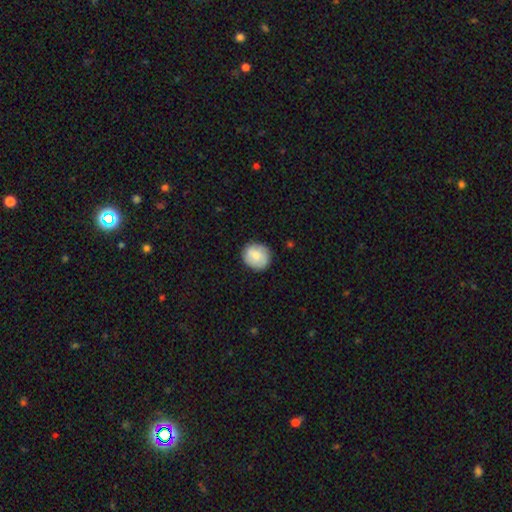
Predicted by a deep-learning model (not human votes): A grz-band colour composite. It shows a smooth galaxy with no disk features (79%) that is round (80%). Merging: none (85%).